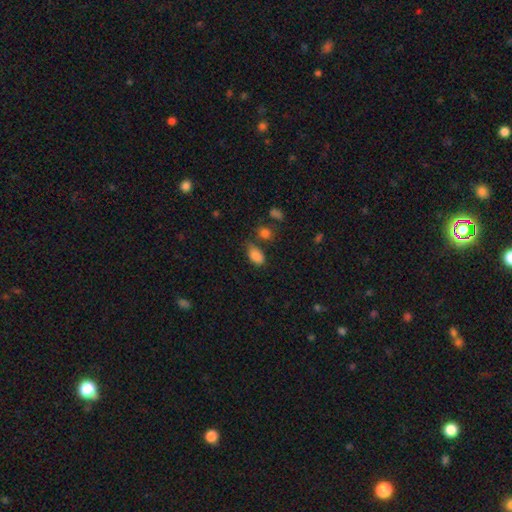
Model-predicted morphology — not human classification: A smooth galaxy with no disk features (84%) that is in between round and cigar-shaped (90%). Merging: none (54%).